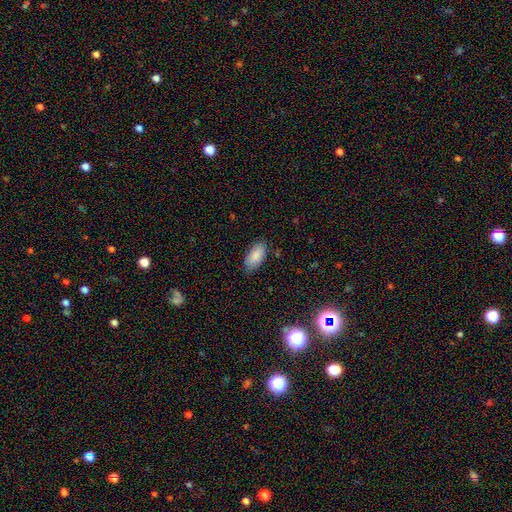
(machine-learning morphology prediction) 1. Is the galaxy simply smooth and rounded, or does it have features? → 87% smooth, 7% star or artifact, 6% featured or disk.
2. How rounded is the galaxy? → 93% in between, 5% cigar-shaped, 2% round.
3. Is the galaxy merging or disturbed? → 82% none, 14% minor disturbance, 3% major disturbance, 1% merger.